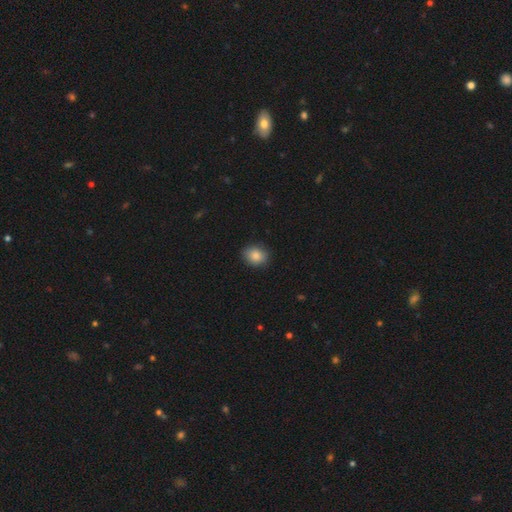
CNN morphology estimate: smooth_or_featured: smooth (p=0.86) [alt: star or artifact p=0.09]
how_rounded: round (p=0.64) [alt: in between p=0.35]
merging: none (p=0.88) [alt: minor disturbance p=0.09]